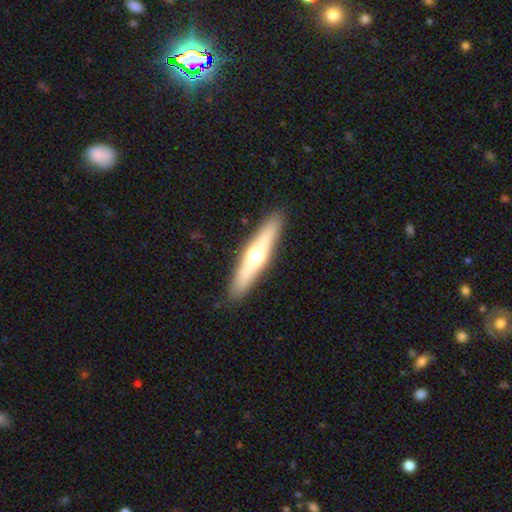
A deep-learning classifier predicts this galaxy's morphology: Smooth or featured? featured or disk (53%)
Edge-on disk? yes (91%)
Merging? none (90%)